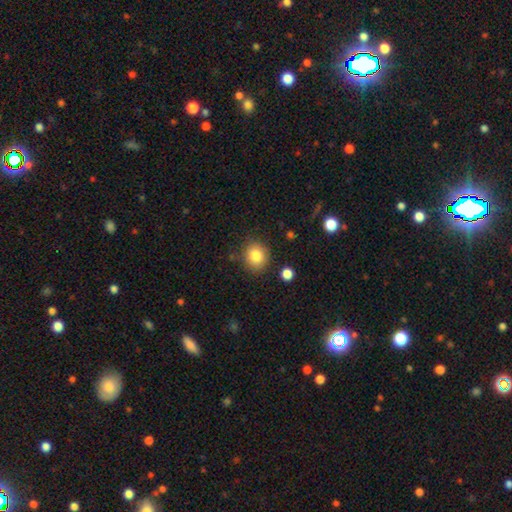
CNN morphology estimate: Overall: smooth (83%). How rounded: round (76%). Merging: none (84%).